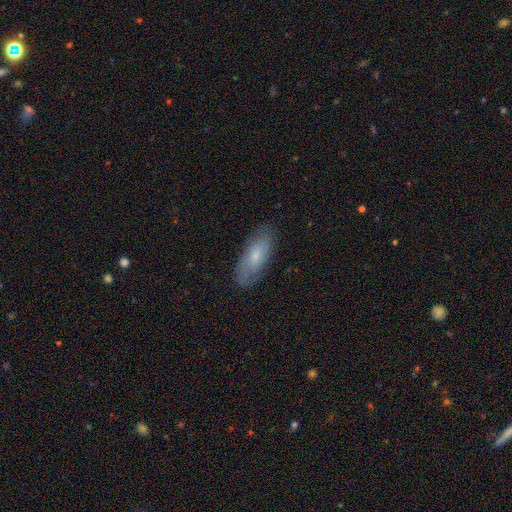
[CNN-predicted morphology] A smooth galaxy with no disk features (59%) that is in between round and cigar-shaped (75%). Merging: none (80%).